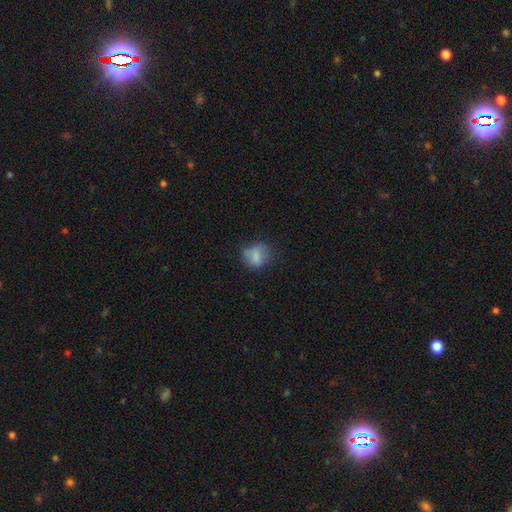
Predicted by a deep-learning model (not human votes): smooth 74%, featured or disk 16%, star or artifact 10%. Down the decision tree: how rounded — round (57%); merging — none (57%).